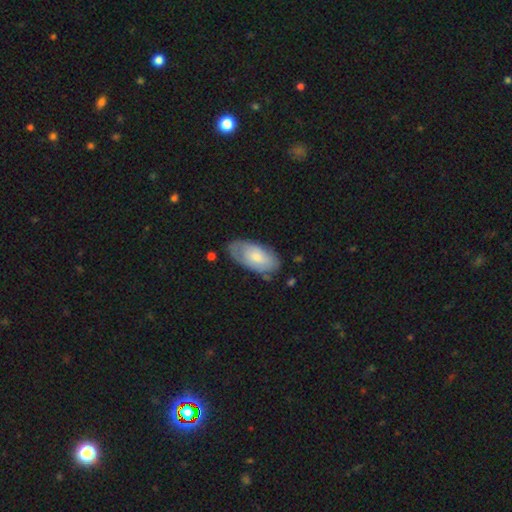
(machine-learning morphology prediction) type=smooth (63%); roundness=in between (93%); merging=none (68%).